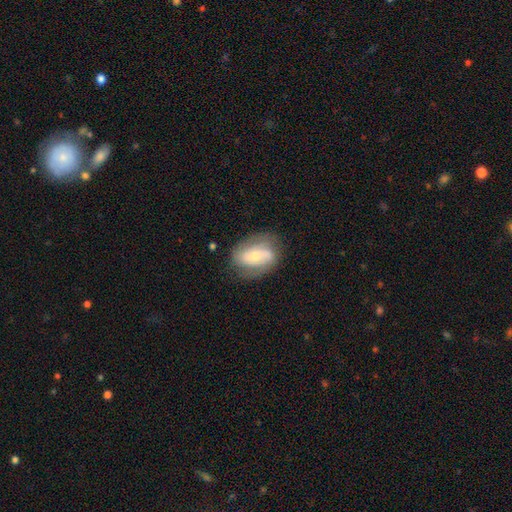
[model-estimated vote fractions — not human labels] Smooth or featured?
  - featured or disk: 61% *
  - smooth: 32%
  - star or artifact: 7%
Edge-on disk?
  - no: 95% *
  - yes: 5%
Bar?
  - no: 50% *
  - weak: 32%
  - strong: 18%
Spiral arms?
  - yes: 81% *
  - no: 19%
Bulge size?
  - small: 50% *
  - moderate: 43%
  - large: 4%
  - none: 2%
  - dominant: 1%
Merging?
  - none: 71% *
  - minor disturbance: 19%
  - major disturbance: 8%
  - merger: 2%